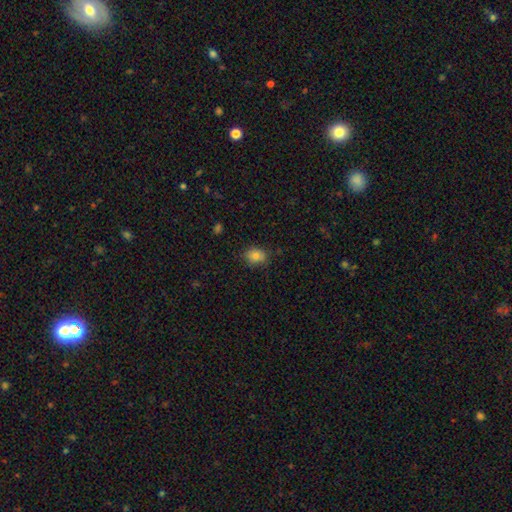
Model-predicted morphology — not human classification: The model was most divided on "how rounded": in between: 51%, round: 48%, cigar-shaped: 1%. More confident: smooth or featured — smooth (81%); merging — none (80%).